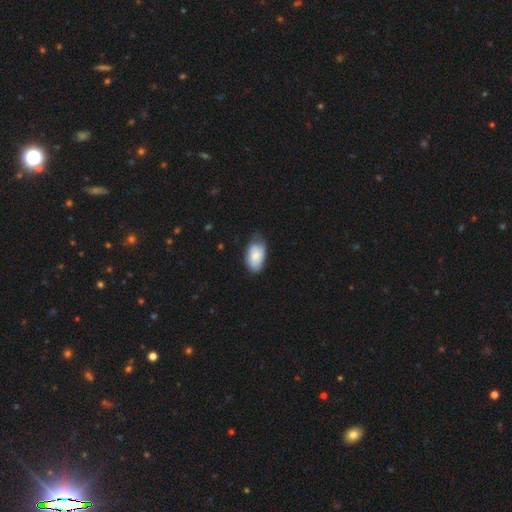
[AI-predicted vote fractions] This appears to be a smooth galaxy with no disk features (81%) that is in between round and cigar-shaped (94%). Merging: none (54%).